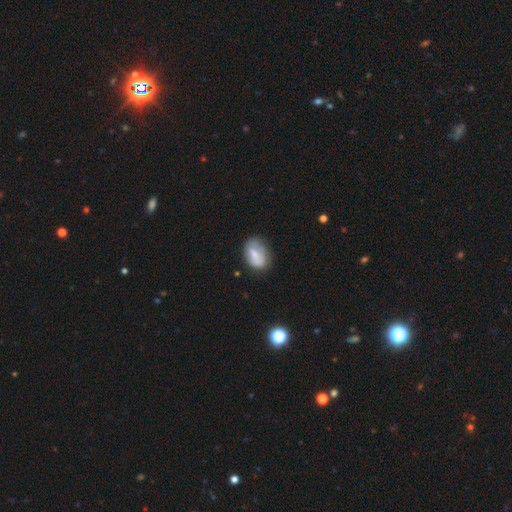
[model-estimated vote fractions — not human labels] smooth 70%, featured or disk 23%, star or artifact 7%. Down the decision tree: how rounded — in between (83%); merging — none (61%).